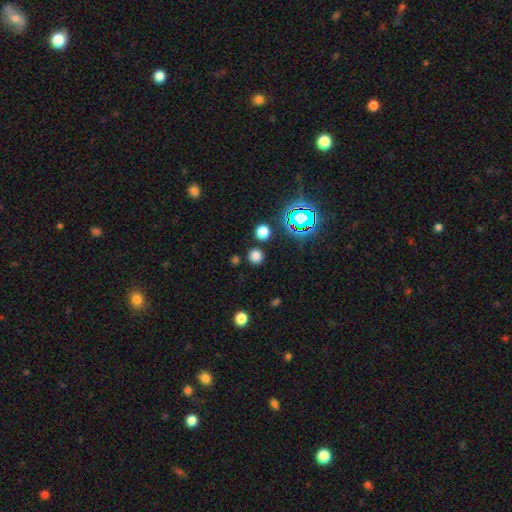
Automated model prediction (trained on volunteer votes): smooth 73%, star or artifact 22%, featured or disk 5%. Down the decision tree: how rounded — round (91%); merging — none (85%).